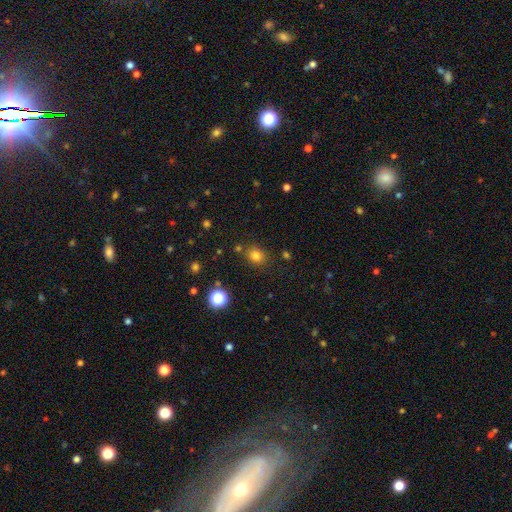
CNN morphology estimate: smooth 78%, star or artifact 16%, featured or disk 6%. Down the decision tree: how rounded — round (69%); merging — none (81%).